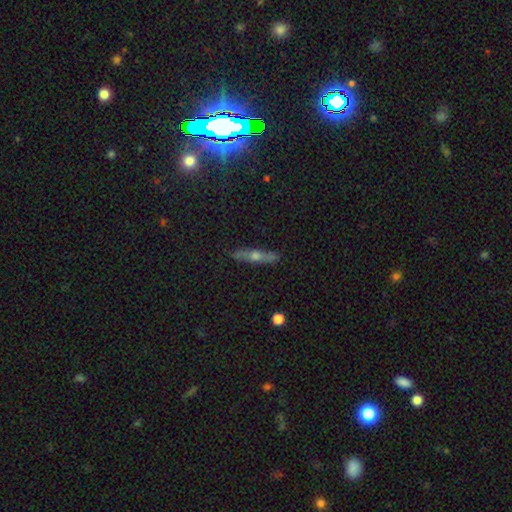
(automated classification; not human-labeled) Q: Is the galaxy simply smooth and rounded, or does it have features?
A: featured or disk — 58%.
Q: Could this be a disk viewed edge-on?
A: yes — 91%.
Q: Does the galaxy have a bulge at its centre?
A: rounded — 90%.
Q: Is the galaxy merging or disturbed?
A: none — 87%.